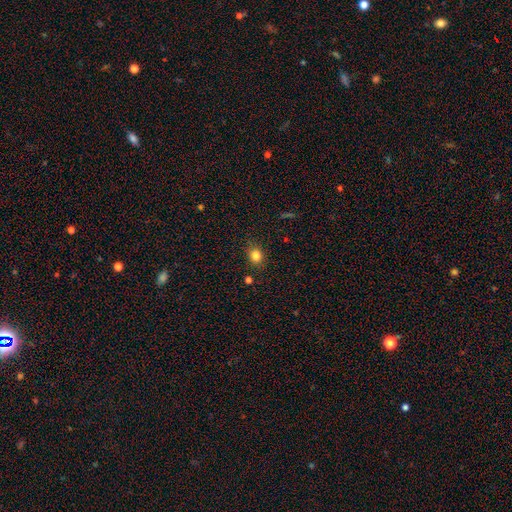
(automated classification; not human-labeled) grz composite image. It shows a smooth galaxy with no disk features (82%) that is round (67%). Merging: none (85%).